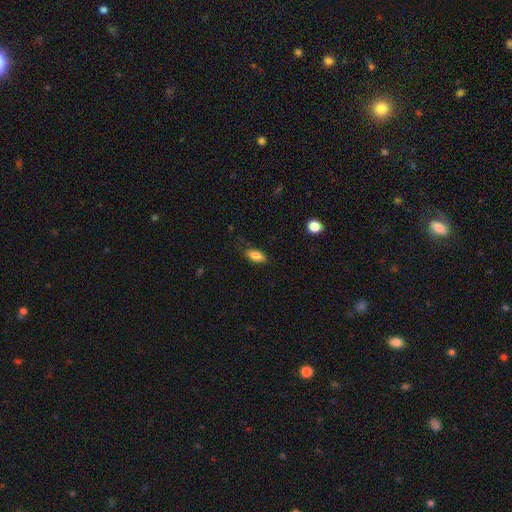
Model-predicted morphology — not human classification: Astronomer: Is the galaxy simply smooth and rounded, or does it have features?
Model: smooth — 83%.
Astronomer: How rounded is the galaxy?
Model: in between — 86%.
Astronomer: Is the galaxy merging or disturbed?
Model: none — 74%.